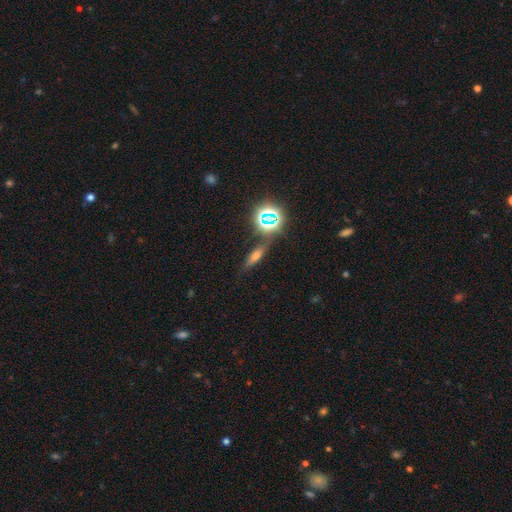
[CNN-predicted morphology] smooth_or_featured: smooth (p=0.45) [alt: featured or disk p=0.28]
merging: none (p=0.77) [alt: minor disturbance p=0.12]